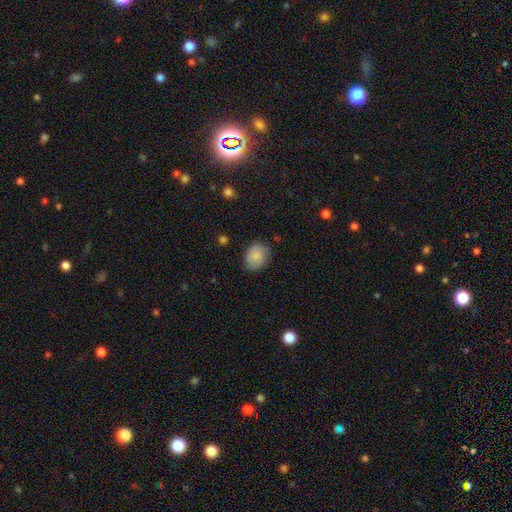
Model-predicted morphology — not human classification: Smooth or featured: smooth — 86% (star or artifact — 7%)
How rounded: in between — 63% (round — 36%)
Merging: none — 78% (minor disturbance — 16%)